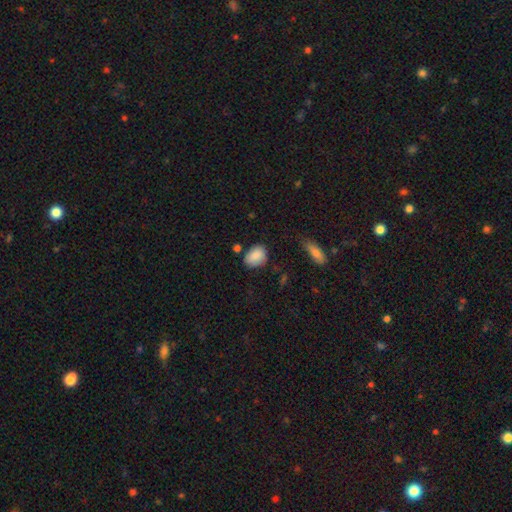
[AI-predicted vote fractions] Overall: smooth (86%). How rounded: in between (74%). Merging: none (67%).